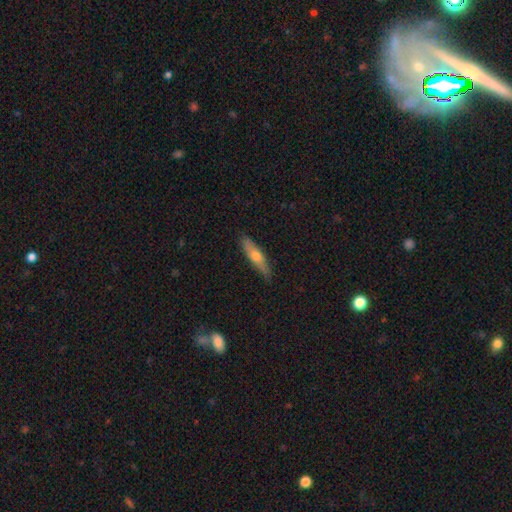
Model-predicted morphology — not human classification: Smooth or featured? Predicted: smooth (p=0.52). How rounded? Predicted: cigar-shaped (p=0.78). Merging? Predicted: none (p=0.85).